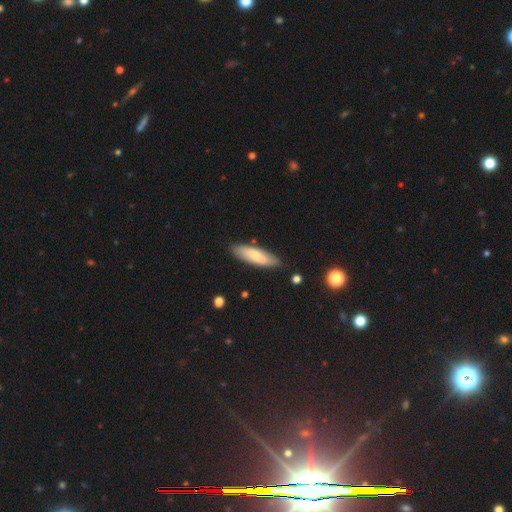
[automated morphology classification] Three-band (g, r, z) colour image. It shows a smooth galaxy with no disk features (62%) that is cigar-shaped (53%). Merging: none (76%).